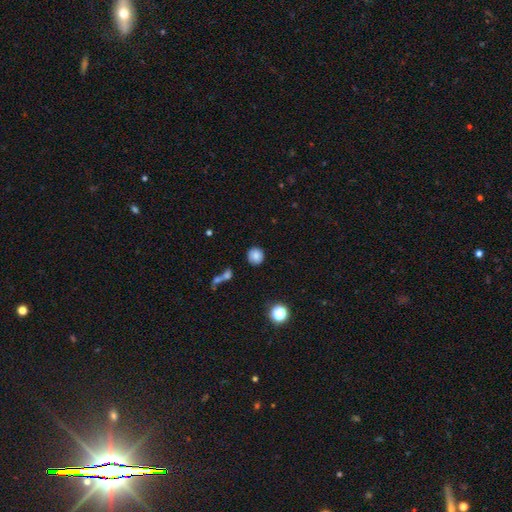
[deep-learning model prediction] A smooth galaxy with no disk features (82%) that is round (88%). Merging: none (84%).